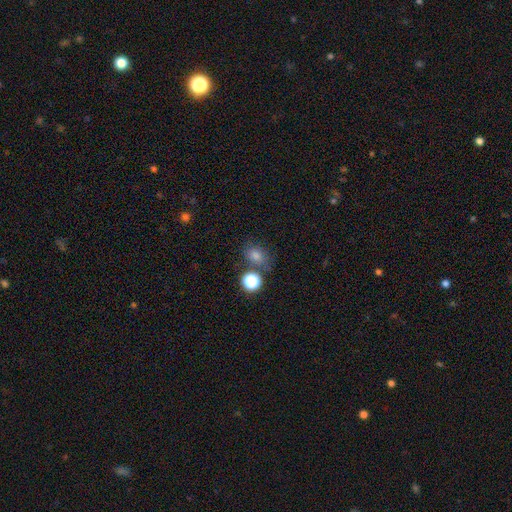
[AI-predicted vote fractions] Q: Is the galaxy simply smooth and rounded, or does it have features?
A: smooth — 74%.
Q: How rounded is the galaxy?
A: round — 52%.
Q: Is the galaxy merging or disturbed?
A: none — 65%.